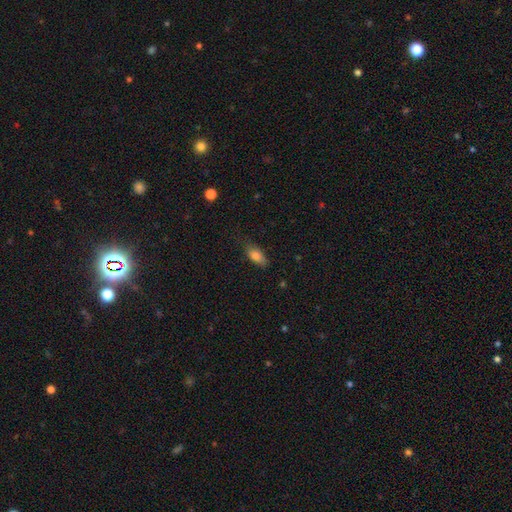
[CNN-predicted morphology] Q: Smooth or featured?
A: smooth (80%); runner-up: featured or disk (12%)
Q: How rounded?
A: in between (83%); runner-up: cigar-shaped (13%)
Q: Merging?
A: none (70%); runner-up: minor disturbance (23%)